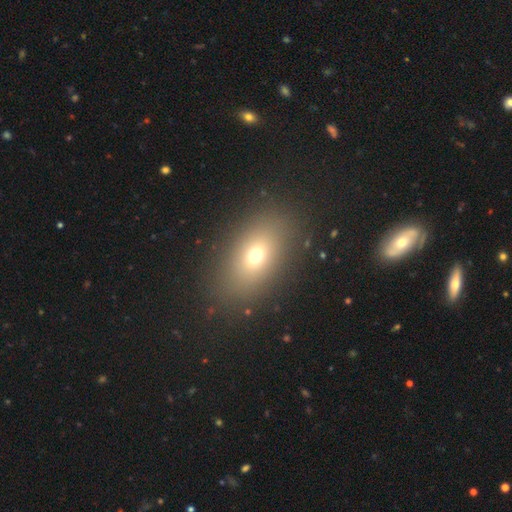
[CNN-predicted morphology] This appears to be a smooth galaxy with no disk features (68%) that is in between round and cigar-shaped (79%). Merging: none (85%).